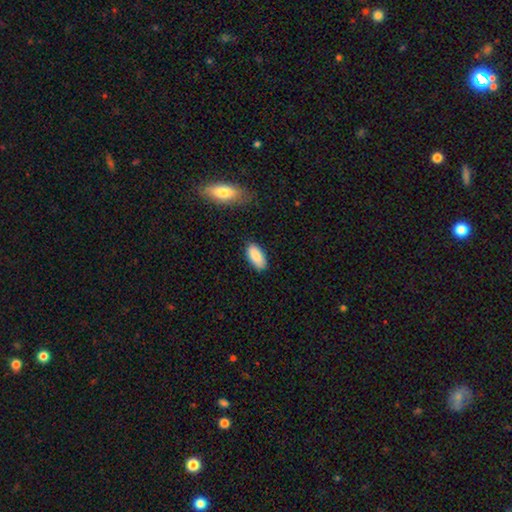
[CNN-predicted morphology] smooth_or_featured: smooth (p=0.89) [alt: star or artifact p=0.07]
how_rounded: in between (p=0.90) [alt: cigar-shaped p=0.08]
merging: none (p=0.81) [alt: minor disturbance p=0.15]